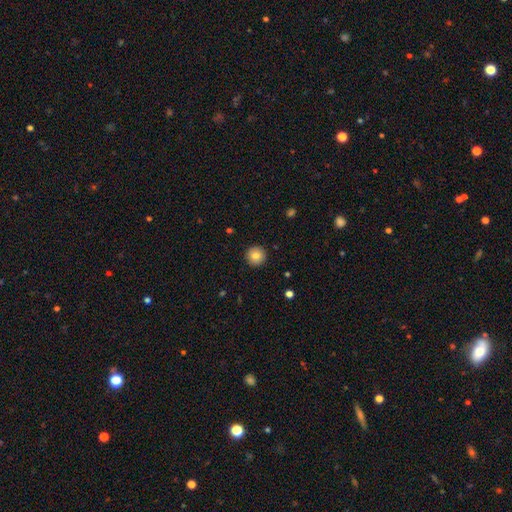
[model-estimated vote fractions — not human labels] Smooth or featured?
  - smooth: 83% *
  - star or artifact: 9%
  - featured or disk: 8%
How rounded?
  - round: 96% *
  - in between: 3%
  - cigar-shaped: 1%
Merging?
  - none: 92% *
  - minor disturbance: 5%
  - major disturbance: 2%
  - merger: 1%